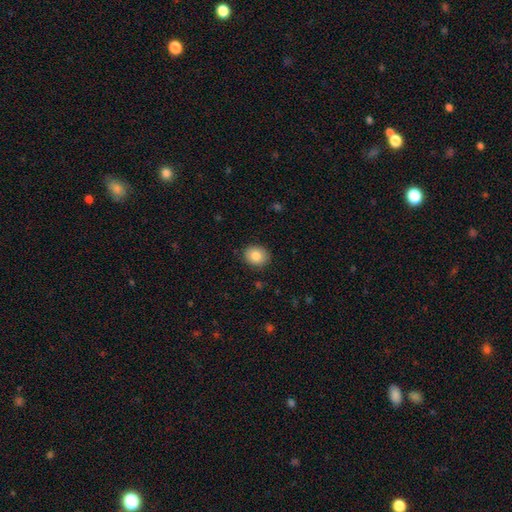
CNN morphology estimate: type=smooth (85%); roundness=round (64%); merging=none (88%).